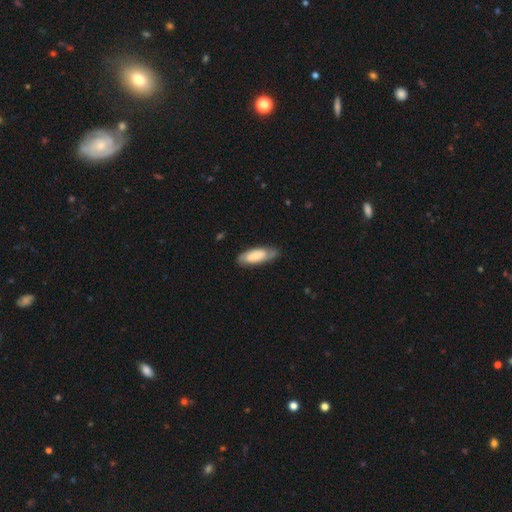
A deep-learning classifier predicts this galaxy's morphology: smooth_or_featured: smooth (p=0.56) [alt: featured or disk p=0.38]
how_rounded: in between (p=0.70) [alt: cigar-shaped p=0.28]
merging: none (p=0.73) [alt: minor disturbance p=0.20]